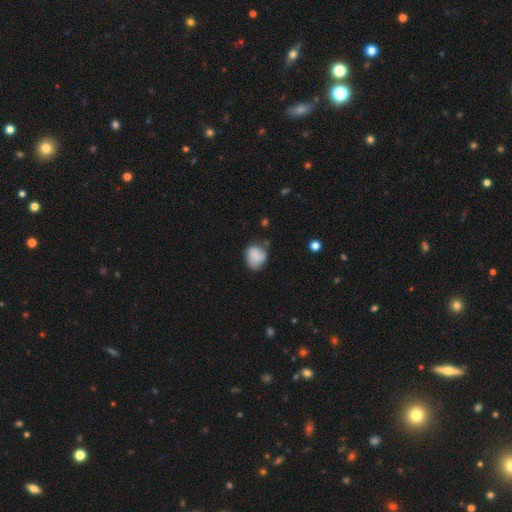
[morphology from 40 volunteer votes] This appears to be a smooth galaxy with no disk features (55%) that is round (59%). Merging: none (46%).